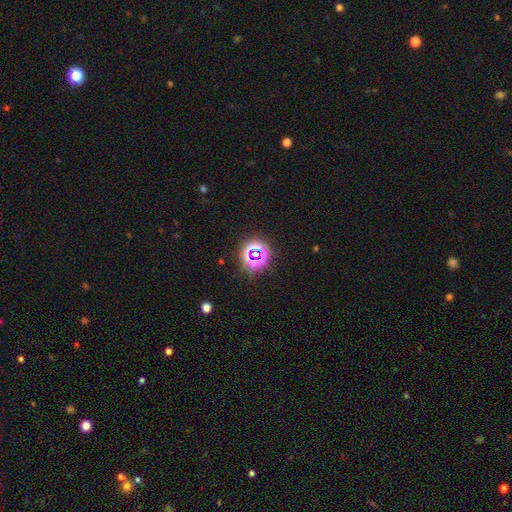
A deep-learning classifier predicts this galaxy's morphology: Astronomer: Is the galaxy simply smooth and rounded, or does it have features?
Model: star or artifact — 70%.